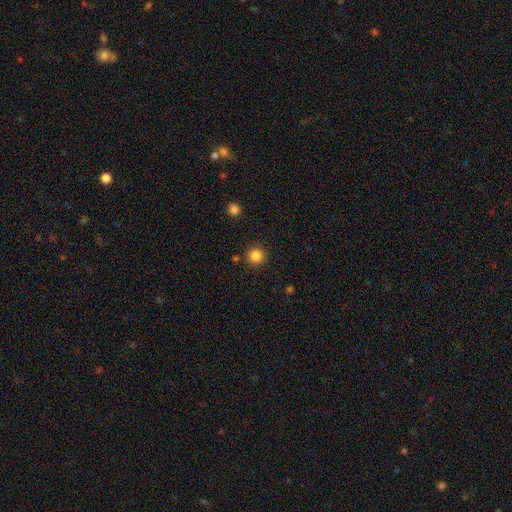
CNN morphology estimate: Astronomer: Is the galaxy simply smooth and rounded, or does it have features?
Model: smooth — 85%.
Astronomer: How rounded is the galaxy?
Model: round — 95%.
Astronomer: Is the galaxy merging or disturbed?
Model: none — 90%.